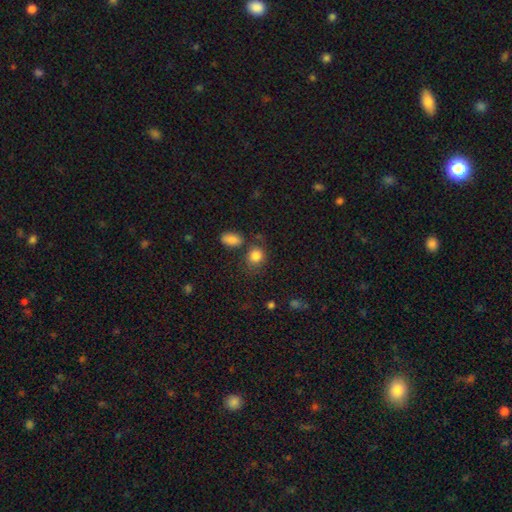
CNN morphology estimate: This appears to be a smooth galaxy with no disk features (85%) that is round (68%). Merging: none (64%).